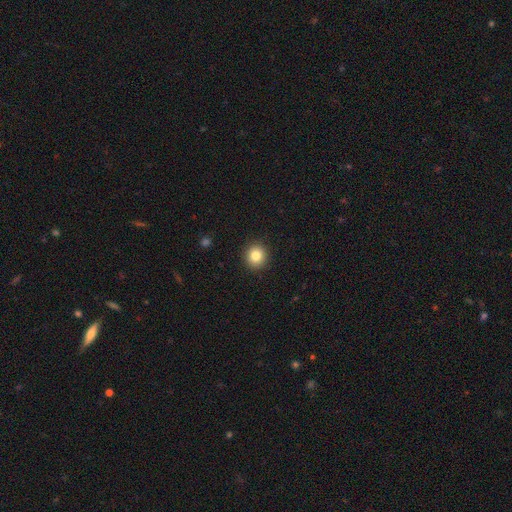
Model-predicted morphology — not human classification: Overall: smooth (83%). How rounded: round (91%). Merging: none (92%).